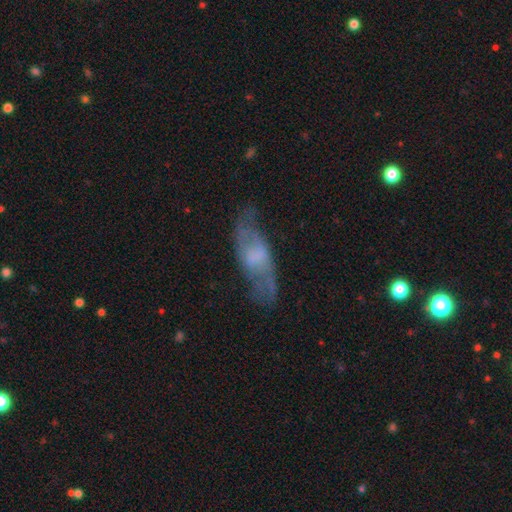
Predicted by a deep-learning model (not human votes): featured or disk 58%, smooth 34%, star or artifact 8%. Down the decision tree: edge-on disk — no (77%); merging — none (62%).